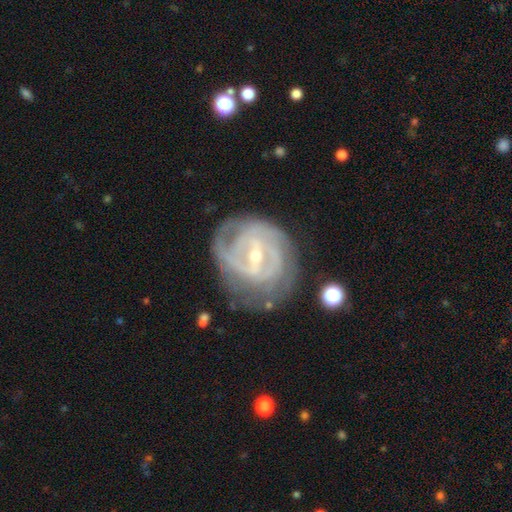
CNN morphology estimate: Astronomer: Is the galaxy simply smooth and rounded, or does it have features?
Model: featured or disk — 87%.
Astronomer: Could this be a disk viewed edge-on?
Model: no — 97%.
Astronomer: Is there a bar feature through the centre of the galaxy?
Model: strong — 44% (runner-up: weak, 43%).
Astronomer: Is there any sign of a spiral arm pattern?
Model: yes — 93%.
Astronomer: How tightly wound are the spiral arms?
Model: tight — 63%.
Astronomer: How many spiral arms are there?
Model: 2 — 34% (runner-up: can't tell, 29%).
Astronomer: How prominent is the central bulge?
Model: small — 59% (runner-up: moderate, 38%).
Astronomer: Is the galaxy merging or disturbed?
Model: none — 67%.